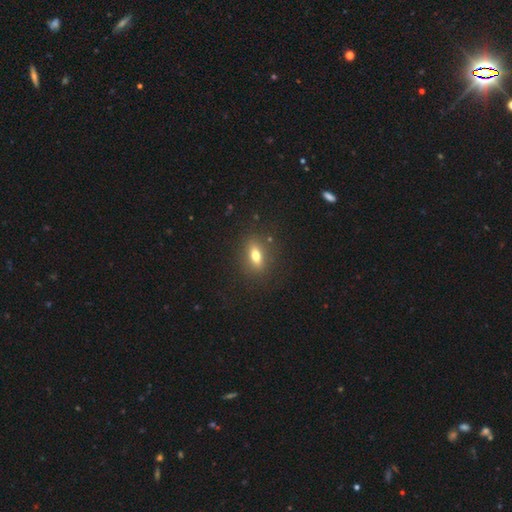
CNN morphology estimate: A smooth galaxy with no disk features (67%) that is in between round and cigar-shaped (69%).

Vote fractions:
- Smooth or featured? smooth: 67% / featured or disk: 22% / star or artifact: 11%
- How rounded? in between: 69% / cigar-shaped: 18% / round: 13%
- Merging? none: 86% / minor disturbance: 9% / major disturbance: 4% / merger: 2%